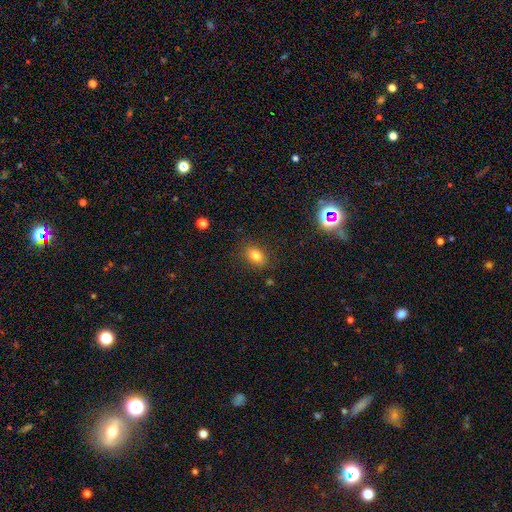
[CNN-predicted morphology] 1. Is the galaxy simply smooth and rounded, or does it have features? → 81% smooth, 12% star or artifact, 7% featured or disk.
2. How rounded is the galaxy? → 81% in between, 17% round, 2% cigar-shaped.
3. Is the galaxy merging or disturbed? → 83% none, 12% minor disturbance, 4% major disturbance, 1% merger.